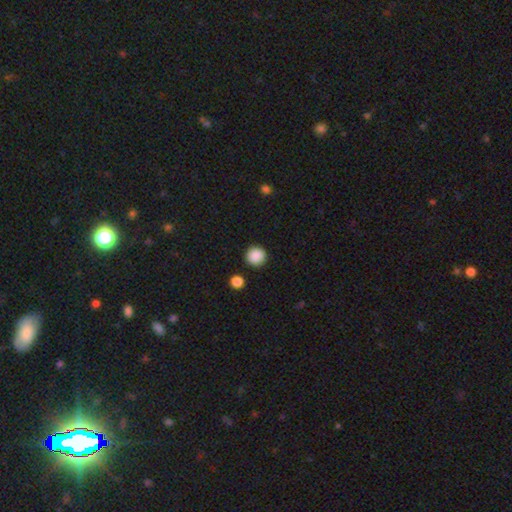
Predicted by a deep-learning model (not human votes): This is clearly a smooth galaxy (89%). How rounded: clearly round (94%). Merging: clearly none (91%).